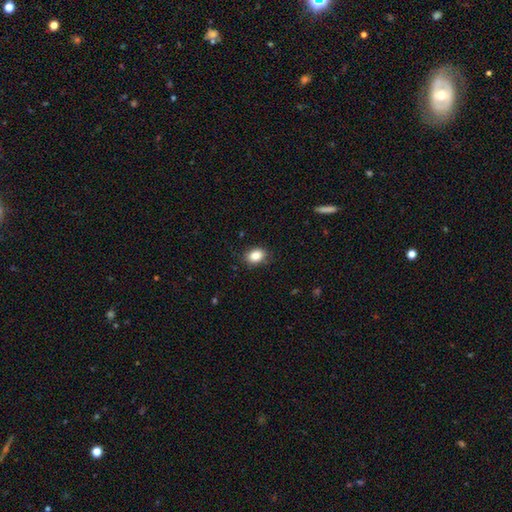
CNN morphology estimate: Smooth or featured?
  - smooth: 86% *
  - star or artifact: 9%
  - featured or disk: 5%
How rounded?
  - in between: 71% *
  - round: 28%
  - cigar-shaped: 1%
Merging?
  - none: 85% *
  - minor disturbance: 11%
  - major disturbance: 3%
  - merger: 1%